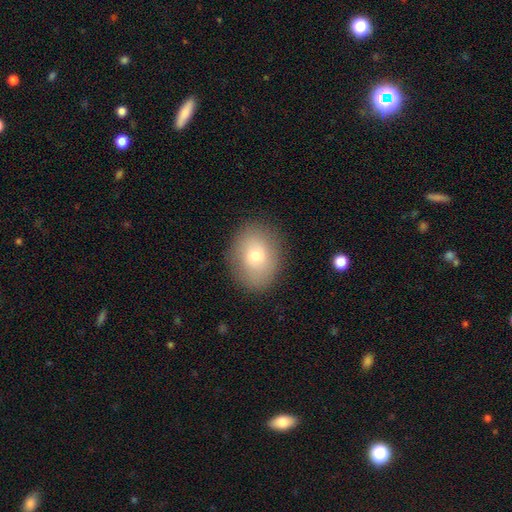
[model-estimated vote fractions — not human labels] The model was most divided on "how rounded": in between: 52%, round: 47%, cigar-shaped: 1%. More confident: merging — none (86%); smooth or featured — smooth (72%).